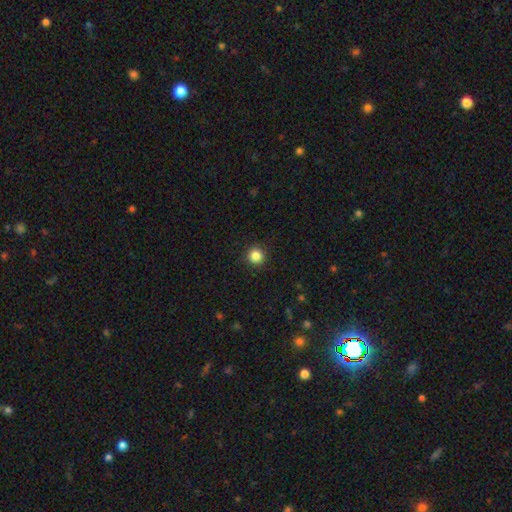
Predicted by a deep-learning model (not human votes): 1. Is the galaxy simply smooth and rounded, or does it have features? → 85% smooth, 11% star or artifact, 4% featured or disk.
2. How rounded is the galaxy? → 95% round, 4% in between, 1% cigar-shaped.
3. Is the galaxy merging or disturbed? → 92% none, 5% minor disturbance, 2% major disturbance, 1% merger.